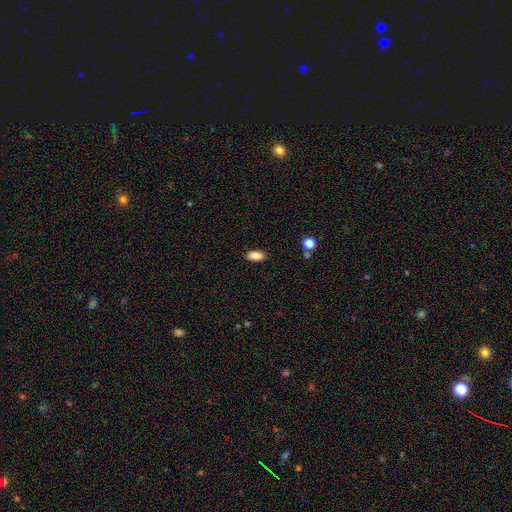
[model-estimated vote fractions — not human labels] The model was most divided on "smooth or featured": smooth: 86%, star or artifact: 8%, featured or disk: 5%. More confident: how rounded — in between (91%); merging — none (88%).